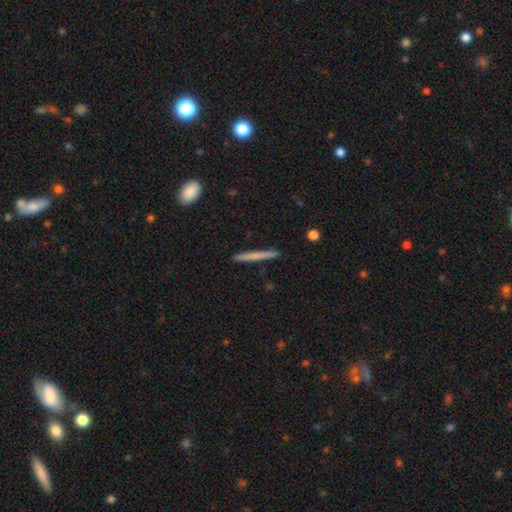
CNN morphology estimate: Smooth or featured?
  - smooth: 61% *
  - featured or disk: 33%
  - star or artifact: 6%
How rounded?
  - cigar-shaped: 96% *
  - in between: 2%
  - round: 2%
Merging?
  - none: 92% *
  - minor disturbance: 6%
  - major disturbance: 1%
  - merger: 1%